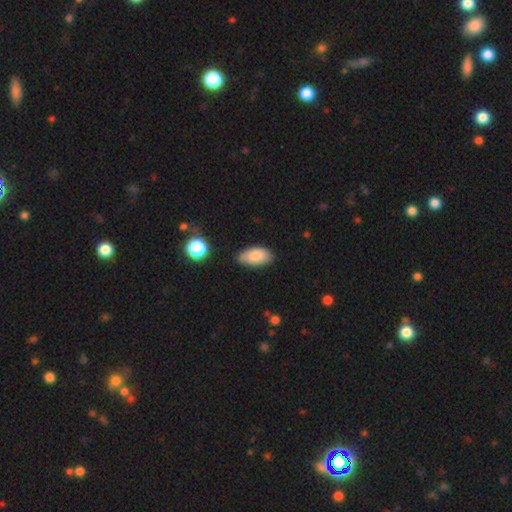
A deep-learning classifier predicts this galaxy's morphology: Smooth or featured? smooth (83%)
How rounded? in between (94%)
Merging? none (75%)